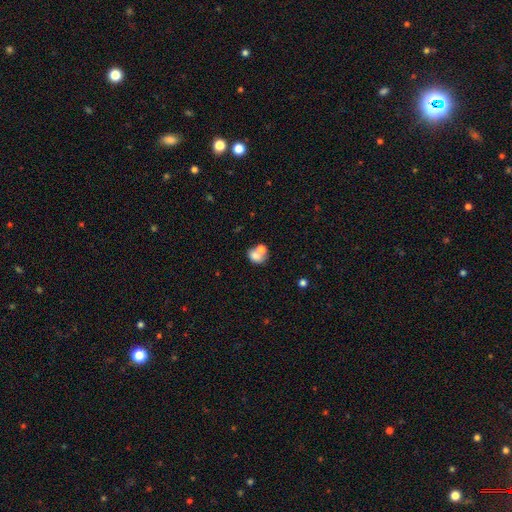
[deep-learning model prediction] smooth 71%, featured or disk 18%, star or artifact 11%. Down the decision tree: how rounded — in between (55%); merging — merger (50%).